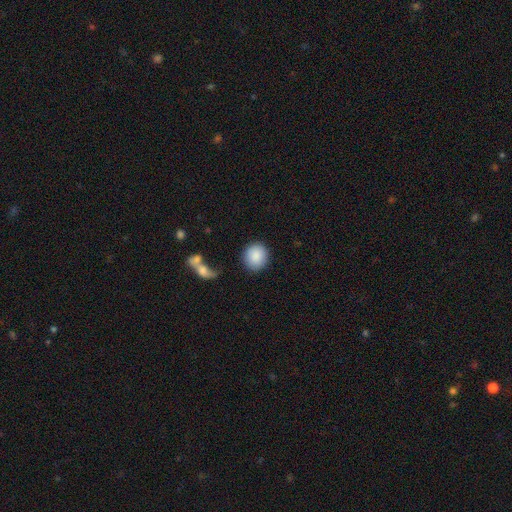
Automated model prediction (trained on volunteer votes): Smooth or featured?
  - smooth: 88% *
  - star or artifact: 7%
  - featured or disk: 5%
How rounded?
  - round: 85% *
  - in between: 14%
  - cigar-shaped: 1%
Merging?
  - none: 85% *
  - minor disturbance: 9%
  - major disturbance: 3%
  - merger: 3%